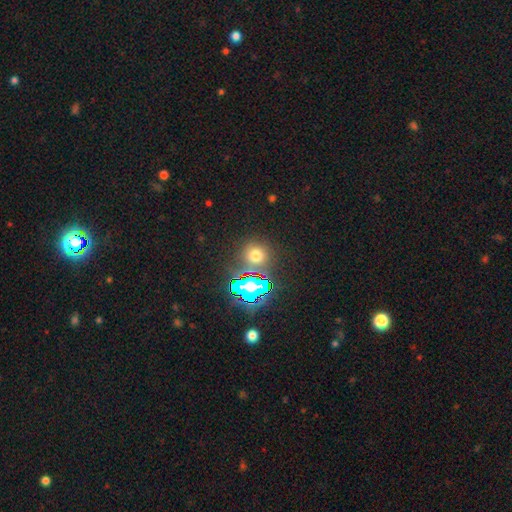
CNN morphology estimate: Smooth or featured: smooth — 54% (star or artifact — 38%)
How rounded: round — 87% (in between — 12%)
Merging: none — 79% (minor disturbance — 9%)